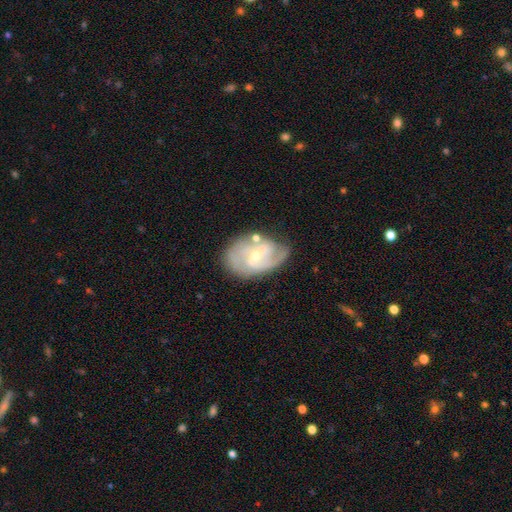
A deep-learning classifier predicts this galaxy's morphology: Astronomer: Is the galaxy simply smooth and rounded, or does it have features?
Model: featured or disk — 82%.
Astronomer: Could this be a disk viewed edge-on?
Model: no — 97%.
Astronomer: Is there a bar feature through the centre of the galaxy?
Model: weak — 47% (runner-up: no, 42%).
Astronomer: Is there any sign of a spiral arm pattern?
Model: yes — 92%.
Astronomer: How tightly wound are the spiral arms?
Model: medium — 43% (runner-up: tight, 42%).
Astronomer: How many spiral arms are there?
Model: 2 — 54%.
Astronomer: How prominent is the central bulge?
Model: small — 56% (runner-up: moderate, 40%).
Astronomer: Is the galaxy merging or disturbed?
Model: none — 64%.